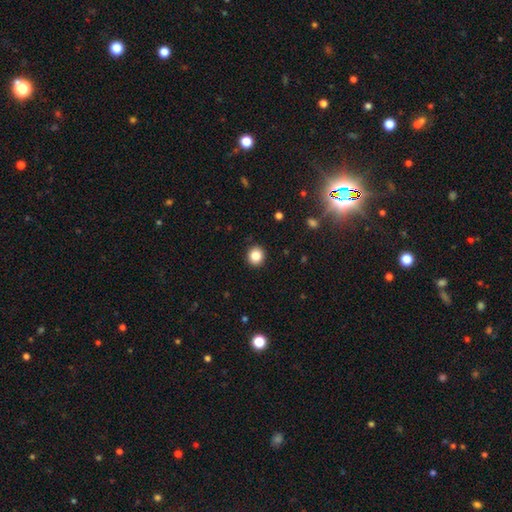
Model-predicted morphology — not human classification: A smooth galaxy with no disk features (84%) that is round (90%).

Vote fractions:
- Smooth or featured? smooth: 84% / star or artifact: 10% / featured or disk: 5%
- How rounded? round: 90% / in between: 9% / cigar-shaped: 1%
- Merging? none: 92% / minor disturbance: 5% / major disturbance: 2% / merger: 1%